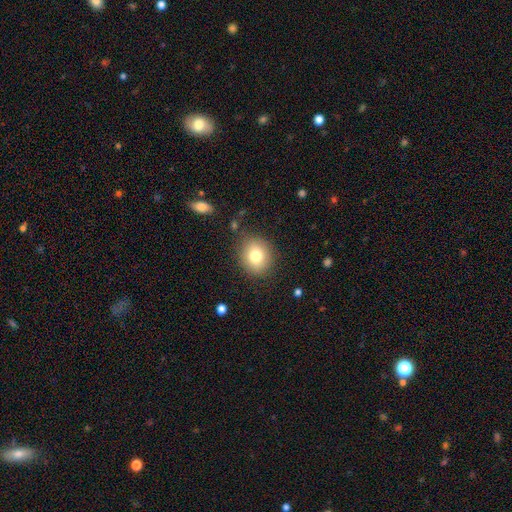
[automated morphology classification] The model was most divided on "how rounded": round: 72%, in between: 27%, cigar-shaped: 1%. More confident: merging — none (84%); smooth or featured — smooth (78%).